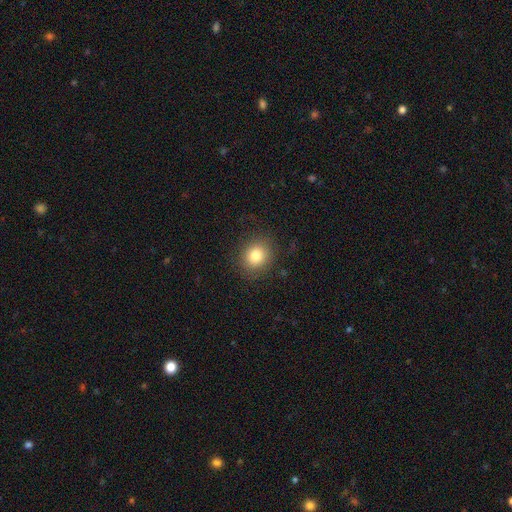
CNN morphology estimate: Smooth or featured? smooth (81%)
How rounded? round (73%)
Merging? none (84%)